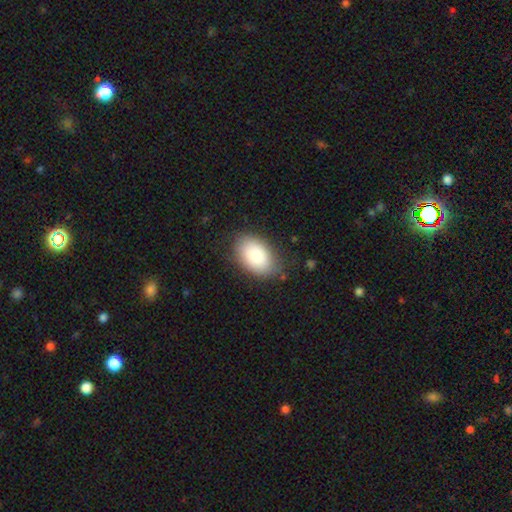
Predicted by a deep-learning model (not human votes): smooth_or_featured: smooth (p=0.85) [alt: featured or disk p=0.08]
how_rounded: in between (p=0.91) [alt: round p=0.08]
merging: none (p=0.79) [alt: minor disturbance p=0.15]